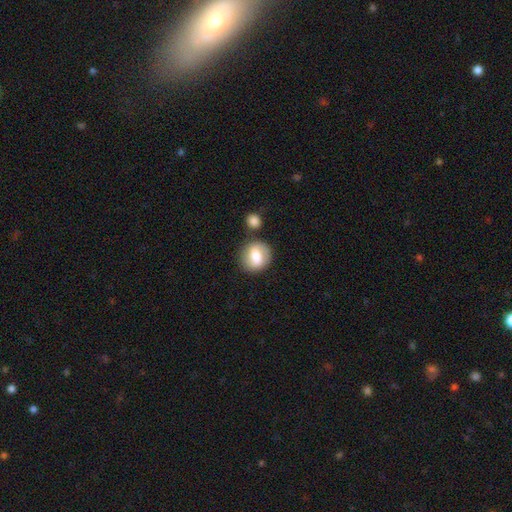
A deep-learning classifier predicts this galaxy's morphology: A smooth galaxy with no disk features (63%) that is round (80%).

Vote fractions:
- Smooth or featured? smooth: 63% / featured or disk: 30% / star or artifact: 7%
- How rounded? round: 80% / in between: 19% / cigar-shaped: 1%
- Merging? none: 72% / minor disturbance: 13% / merger: 11% / major disturbance: 4%